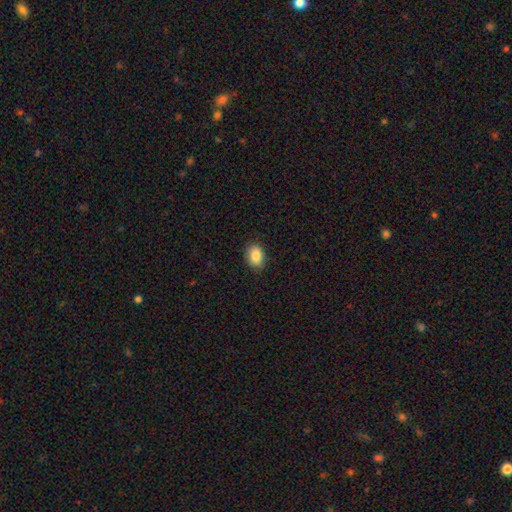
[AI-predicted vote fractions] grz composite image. It shows a smooth galaxy with no disk features (86%) that is in between round and cigar-shaped (74%). Merging: none (86%).